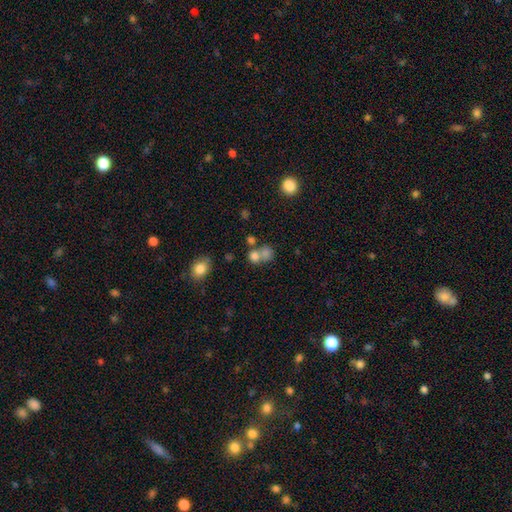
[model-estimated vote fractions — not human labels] This appears to be a smooth galaxy with no disk features (74%) that is round (76%). Merging: merger (50%).